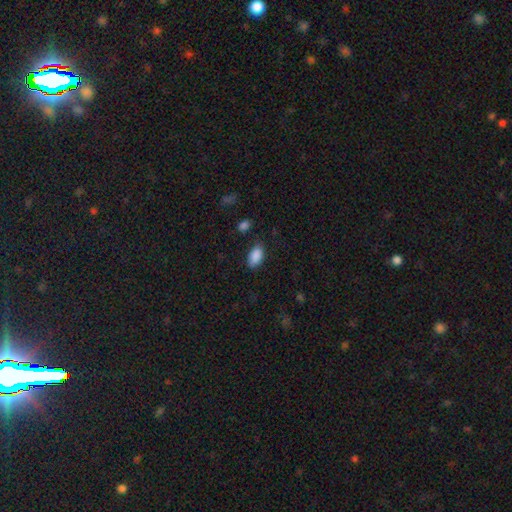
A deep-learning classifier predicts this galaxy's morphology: Q: Smooth or featured?
A: smooth (89%); runner-up: star or artifact (7%)
Q: How rounded?
A: in between (93%); runner-up: round (4%)
Q: Merging?
A: none (79%); runner-up: minor disturbance (15%)